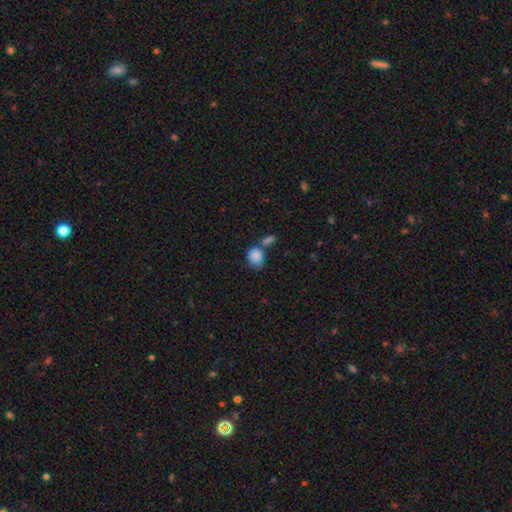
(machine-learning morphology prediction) Q: Smooth or featured?
A: smooth (85%); runner-up: star or artifact (8%)
Q: How rounded?
A: in between (51%); runner-up: round (48%)
Q: Merging?
A: none (40%); runner-up: merger (34%)